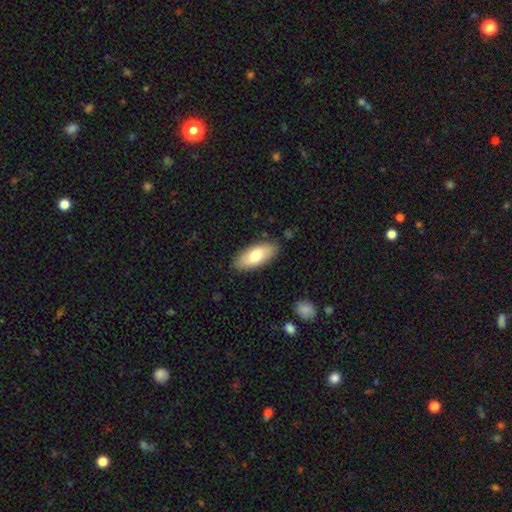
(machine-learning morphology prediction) type=smooth (73%); roundness=in between (85%); merging=none (86%).